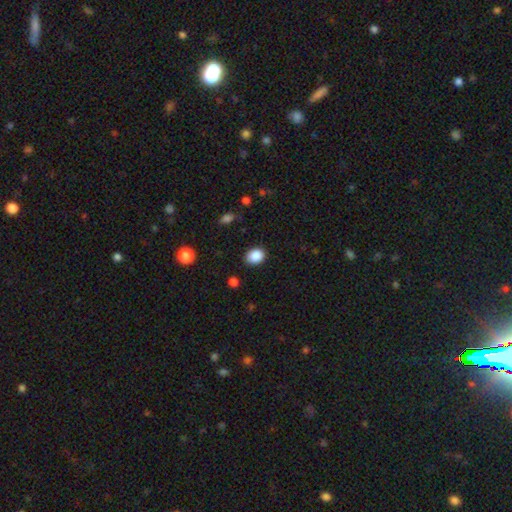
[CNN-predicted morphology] Q: Smooth or featured?
A: smooth (88%); runner-up: star or artifact (9%)
Q: How rounded?
A: in between (57%); runner-up: round (42%)
Q: Merging?
A: none (84%); runner-up: minor disturbance (12%)